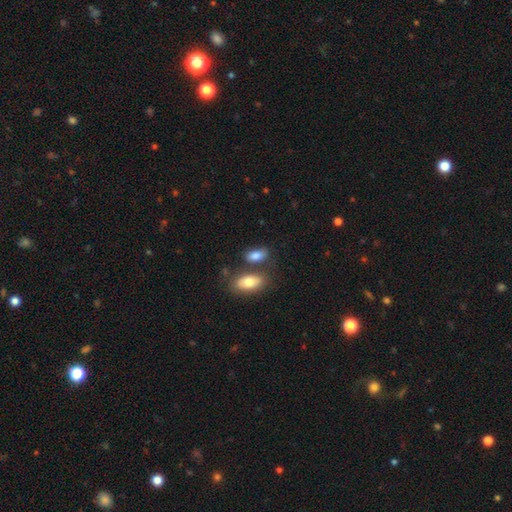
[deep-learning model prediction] smooth_or_featured: smooth (p=0.81) [alt: featured or disk p=0.11]
how_rounded: in between (p=0.87) [alt: cigar-shaped p=0.07]
merging: none (p=0.62) [alt: merger p=0.19]